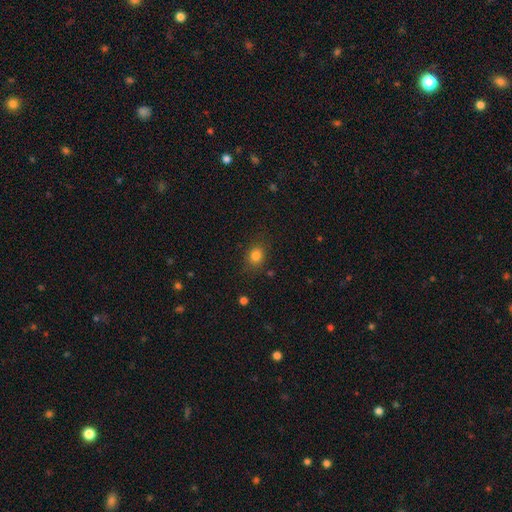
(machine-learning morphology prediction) A smooth galaxy with no disk features (82%) that is round (60%). Merging: none (82%).